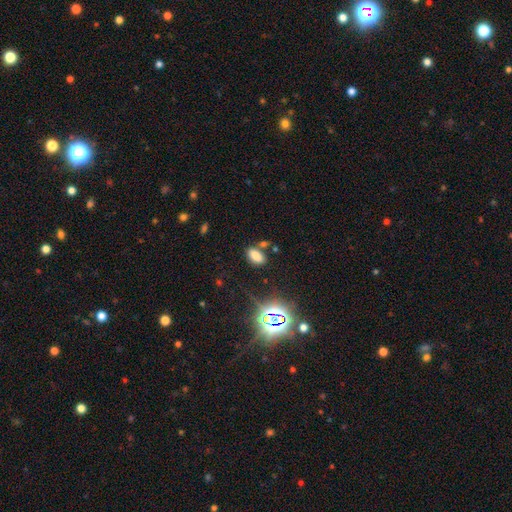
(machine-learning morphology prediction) This appears to be a smooth galaxy with no disk features (71%) that is in between round and cigar-shaped (90%). Merging: none (73%).